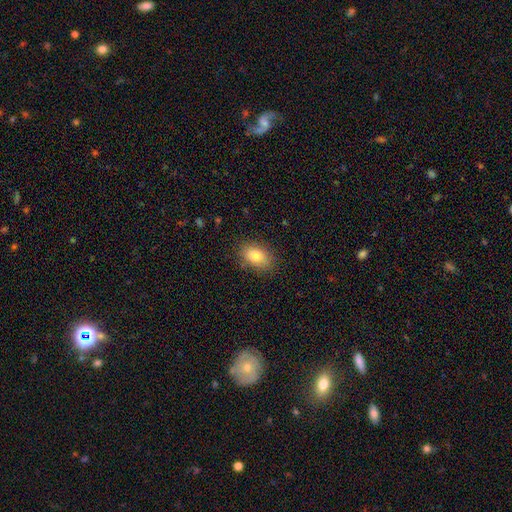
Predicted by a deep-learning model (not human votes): smooth_or_featured: smooth (p=0.80) [alt: featured or disk p=0.11]
how_rounded: in between (p=0.87) [alt: round p=0.11]
merging: none (p=0.85) [alt: minor disturbance p=0.11]